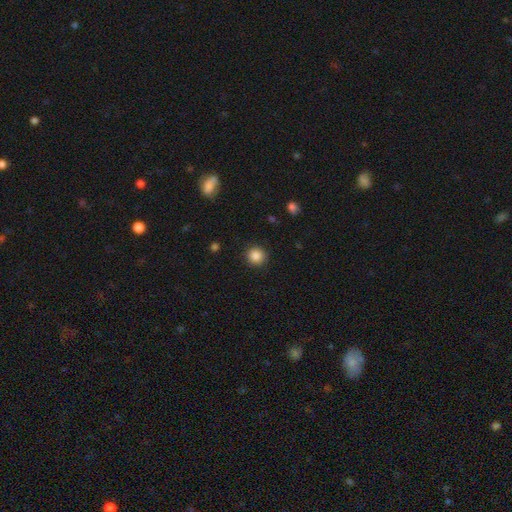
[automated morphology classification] Smooth or featured? Predicted: smooth (p=0.86). How rounded? Predicted: round (p=0.94). Merging? Predicted: none (p=0.91).